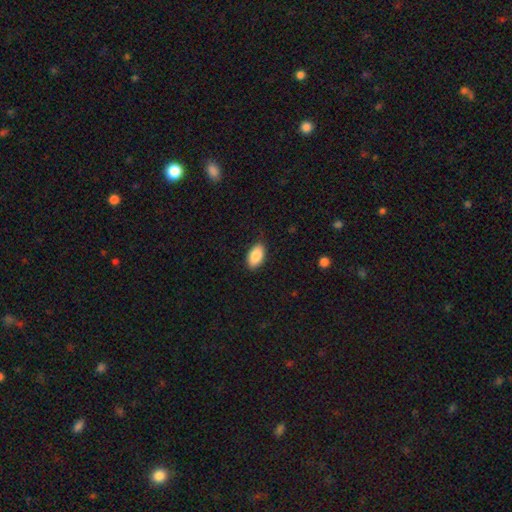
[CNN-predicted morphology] Smooth or featured?
  - smooth: 87% *
  - star or artifact: 7%
  - featured or disk: 7%
How rounded?
  - in between: 94% *
  - round: 4%
  - cigar-shaped: 2%
Merging?
  - none: 84% *
  - minor disturbance: 12%
  - major disturbance: 2%
  - merger: 1%